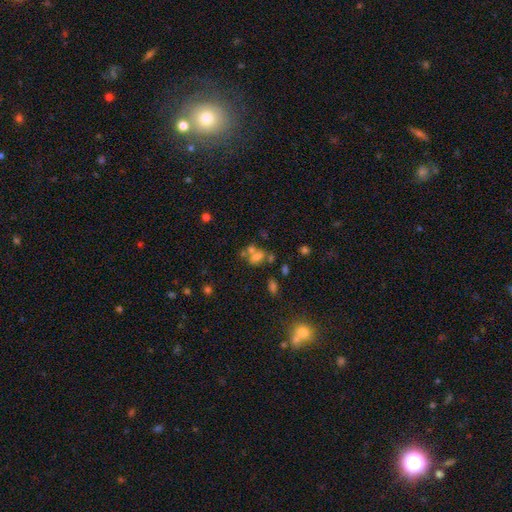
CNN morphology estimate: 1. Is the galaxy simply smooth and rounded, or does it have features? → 57% smooth, 23% featured or disk, 21% star or artifact.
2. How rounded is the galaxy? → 71% in between, 26% round, 3% cigar-shaped.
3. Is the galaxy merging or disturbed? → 44% merger, 34% none, 13% minor disturbance, 10% major disturbance.